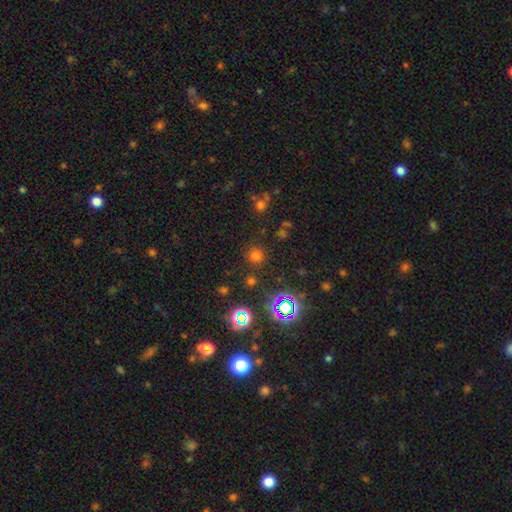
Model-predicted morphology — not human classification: Q: Smooth or featured?
A: smooth (65%); runner-up: star or artifact (29%)
Q: How rounded?
A: round (93%); runner-up: in between (6%)
Q: Merging?
A: none (83%); runner-up: minor disturbance (8%)